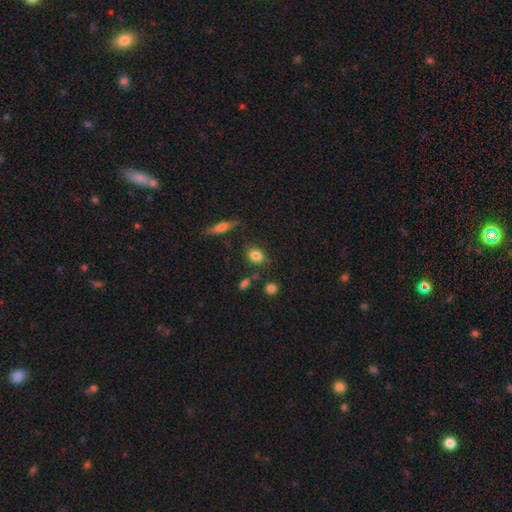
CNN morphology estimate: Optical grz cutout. It shows a smooth galaxy with no disk features (83%) that is in between round and cigar-shaped (56%). Merging: none (79%).